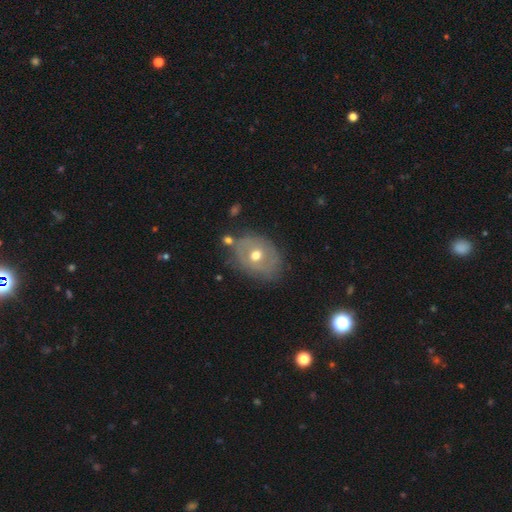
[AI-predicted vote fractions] Morphology: type=featured or disk (52%); edge-on=no (93%); merging=none (69%).